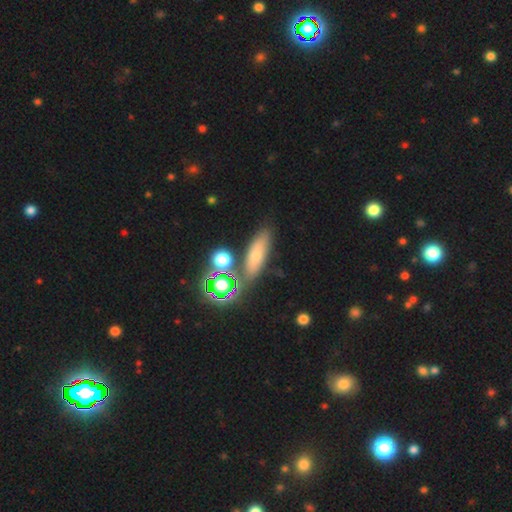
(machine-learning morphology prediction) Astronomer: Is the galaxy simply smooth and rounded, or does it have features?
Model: smooth — 55%.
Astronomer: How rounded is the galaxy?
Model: in between — 54% (runner-up: cigar-shaped, 34%).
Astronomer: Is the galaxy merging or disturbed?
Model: none — 74%.